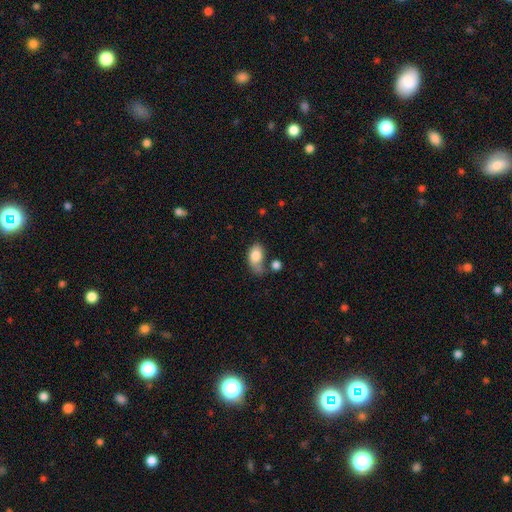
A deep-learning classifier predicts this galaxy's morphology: Q: Smooth or featured?
A: smooth (80%); runner-up: featured or disk (13%)
Q: How rounded?
A: in between (89%); runner-up: round (9%)
Q: Merging?
A: none (35%); runner-up: minor disturbance (26%)